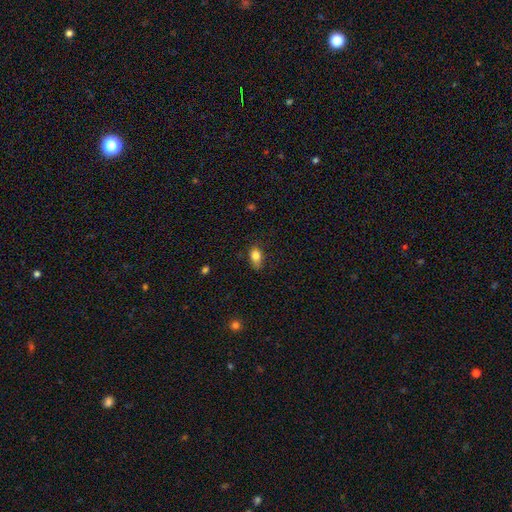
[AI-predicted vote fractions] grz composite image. It shows a smooth galaxy with no disk features (83%) that is in between round and cigar-shaped (81%). Merging: none (66%).